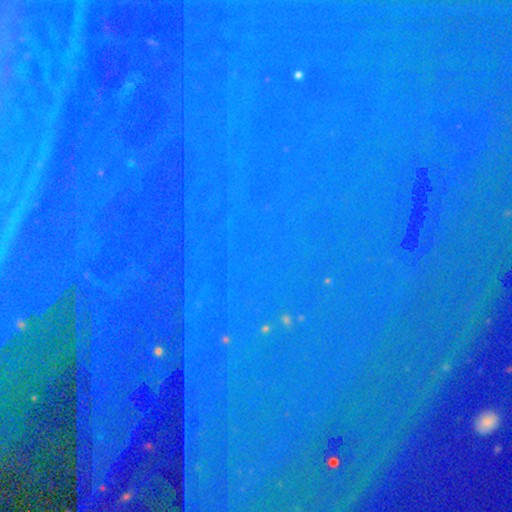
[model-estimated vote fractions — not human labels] smooth-or-featured: star or artifact: 86% | featured or disk: 8% | smooth: 6%